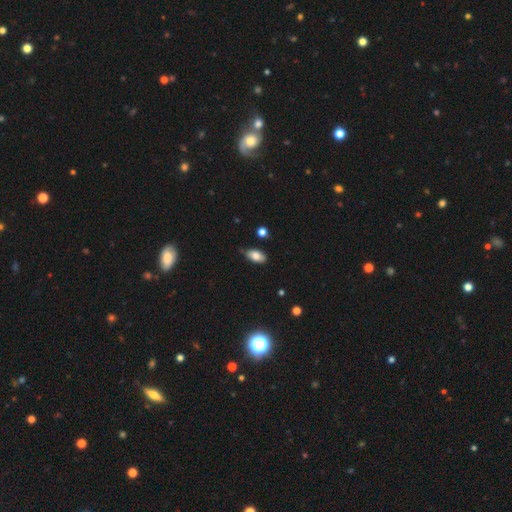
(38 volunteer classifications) Q: Smooth or featured?
A: smooth (89%); runner-up: featured or disk (8%)
Q: How rounded?
A: in between (94%); runner-up: cigar-shaped (6%)
Q: Merging?
A: none (76%); runner-up: minor disturbance (22%)